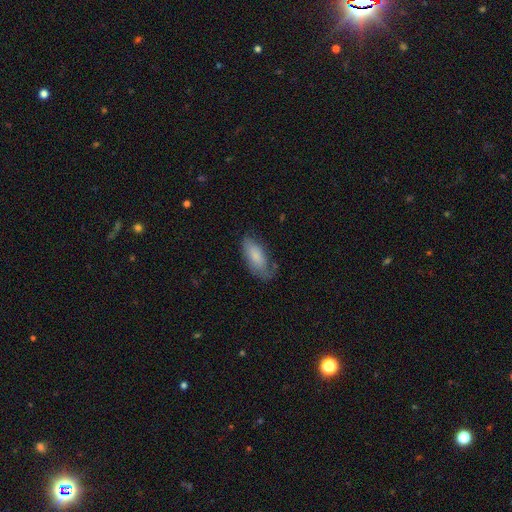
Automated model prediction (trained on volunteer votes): Q: Smooth or featured?
A: smooth (72%); runner-up: featured or disk (22%)
Q: How rounded?
A: in between (86%); runner-up: cigar-shaped (12%)
Q: Merging?
A: none (55%); runner-up: minor disturbance (30%)